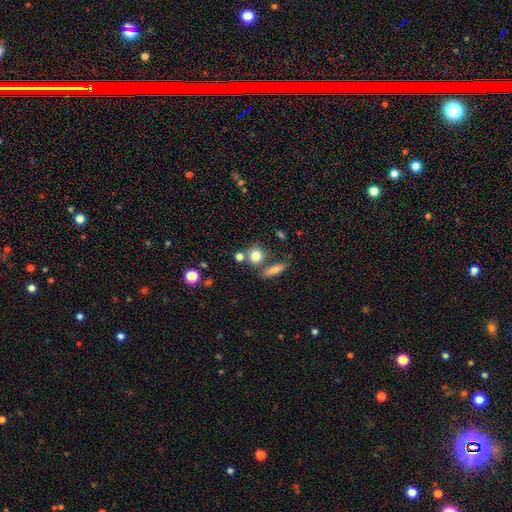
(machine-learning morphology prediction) Overall: smooth (79%). How rounded: round (77%). Merging: none (63%; merger 23%).